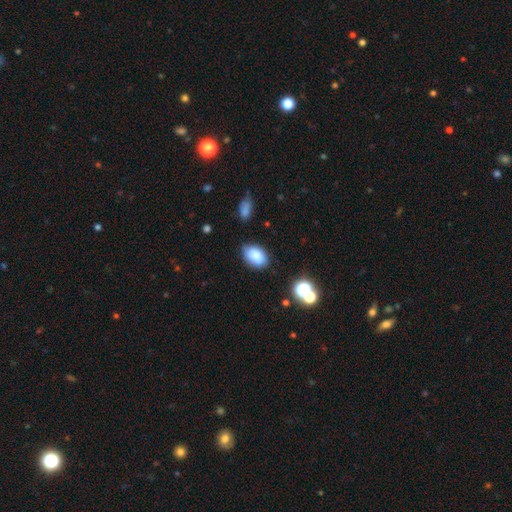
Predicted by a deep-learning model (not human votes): A smooth galaxy with no disk features (83%) that is in between round and cigar-shaped (88%).

Vote fractions:
- Smooth or featured? smooth: 83% / star or artifact: 9% / featured or disk: 7%
- How rounded? in between: 88% / round: 11% / cigar-shaped: 1%
- Merging? none: 75% / minor disturbance: 18% / major disturbance: 4% / merger: 3%